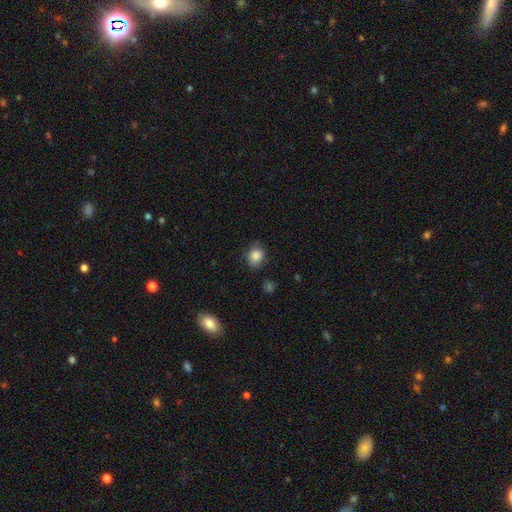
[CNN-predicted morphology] Overall: smooth (85%). How rounded: round (67%; in between 32%). Merging: none (74%).